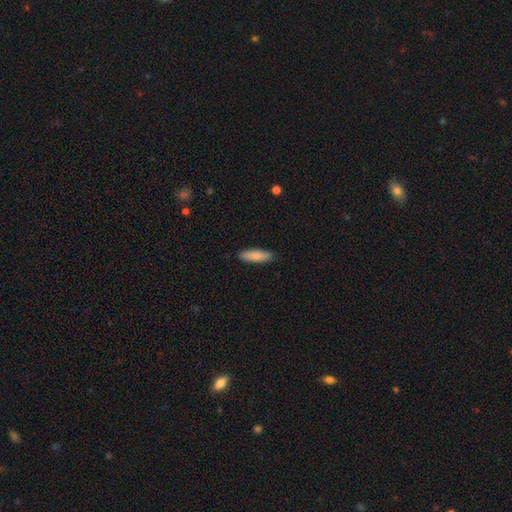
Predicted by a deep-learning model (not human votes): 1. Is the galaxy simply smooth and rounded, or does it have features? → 83% smooth, 11% featured or disk, 6% star or artifact.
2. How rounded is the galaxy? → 59% cigar-shaped, 39% in between, 2% round.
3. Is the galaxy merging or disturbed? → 89% none, 8% minor disturbance, 2% major disturbance, 1% merger.